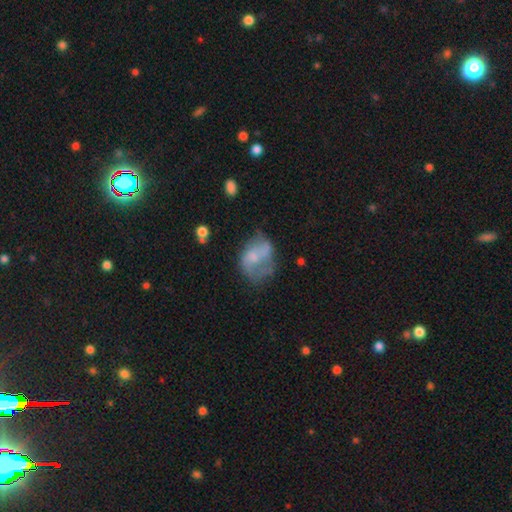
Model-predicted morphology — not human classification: type=featured or disk (51%); edge-on=no (97%); merging=none (34%).